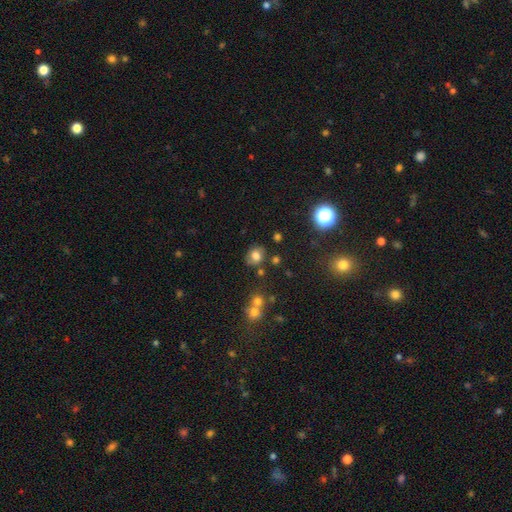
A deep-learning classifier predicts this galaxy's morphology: A smooth galaxy with no disk features (72%) that is round (59%). Merging: none (74%).